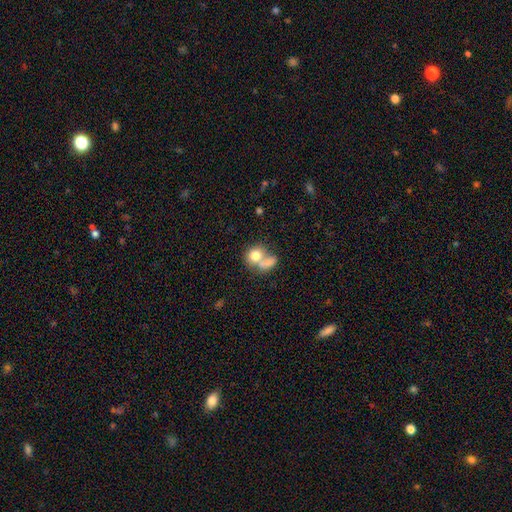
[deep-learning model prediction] A smooth galaxy with no disk features (74%) that is round (65%). Merging: merger (59%).